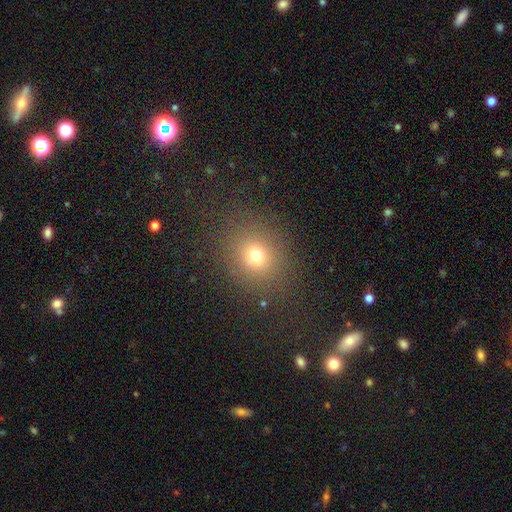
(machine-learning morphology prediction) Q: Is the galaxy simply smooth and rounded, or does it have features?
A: smooth — 71%.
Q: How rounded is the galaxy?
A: round — 74%.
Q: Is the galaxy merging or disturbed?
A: none — 84%.